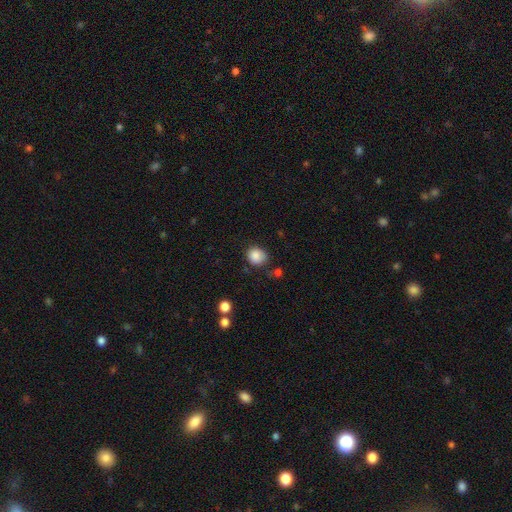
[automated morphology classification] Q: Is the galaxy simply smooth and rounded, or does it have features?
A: smooth — 86%.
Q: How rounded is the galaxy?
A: round — 69%.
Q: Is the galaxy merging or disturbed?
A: none — 71%.